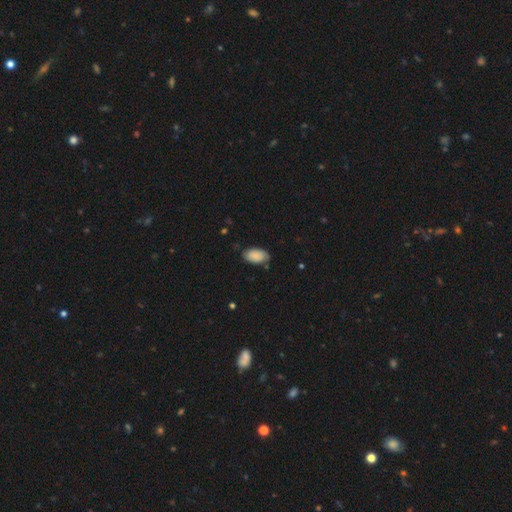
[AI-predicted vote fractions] Overall: smooth (87%). How rounded: in between (95%). Merging: none (76%).